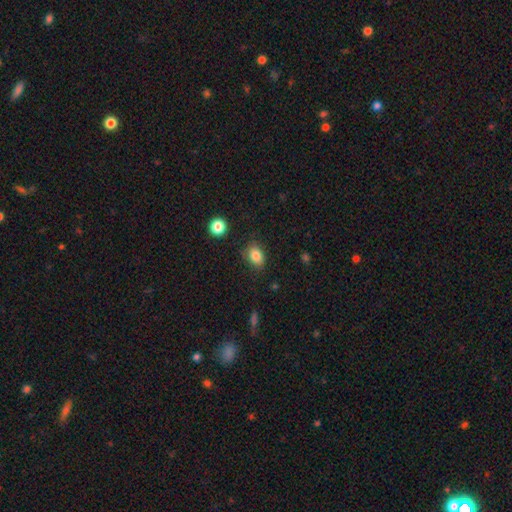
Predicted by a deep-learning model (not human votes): smooth_or_featured: smooth (p=0.84) [alt: star or artifact p=0.09]
how_rounded: in between (p=0.74) [alt: round p=0.25]
merging: none (p=0.80) [alt: minor disturbance p=0.15]